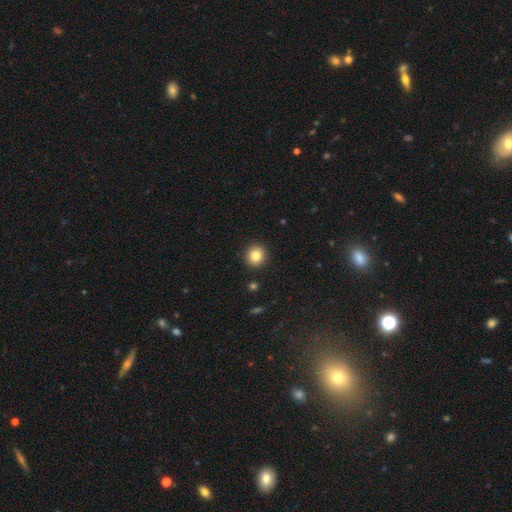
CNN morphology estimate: smooth 82%, star or artifact 10%, featured or disk 7%. Down the decision tree: how rounded — round (87%); merging — none (92%).